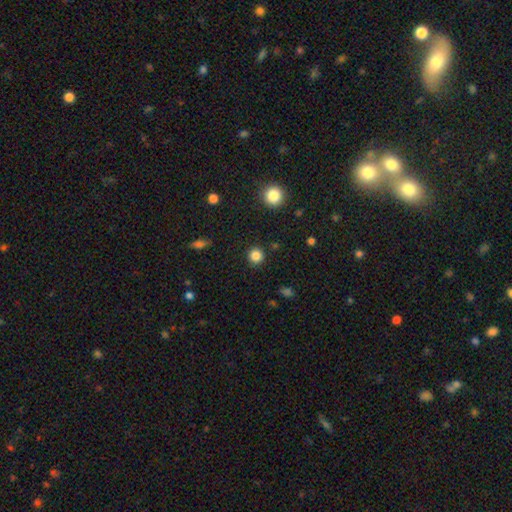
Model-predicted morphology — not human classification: A smooth galaxy with no disk features (84%) that is round (94%). Merging: none (91%).